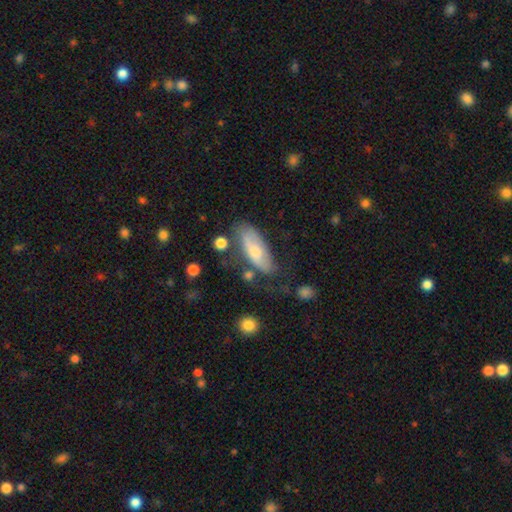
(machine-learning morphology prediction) smooth 55%, featured or disk 39%, star or artifact 6%. Down the decision tree: how rounded — in between (74%); merging — none (53%).